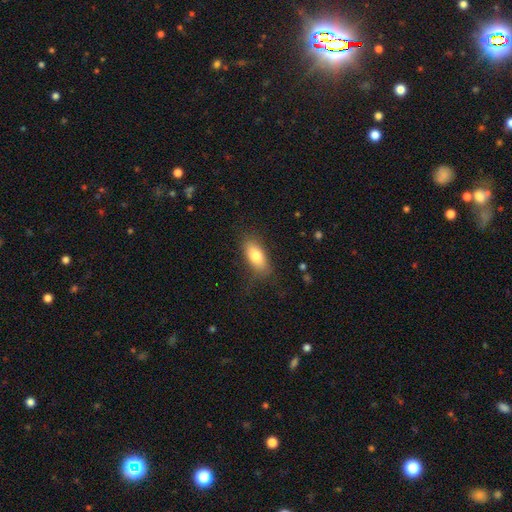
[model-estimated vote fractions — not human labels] Morphology: type=smooth (78%); roundness=in between (84%); merging=none (77%).